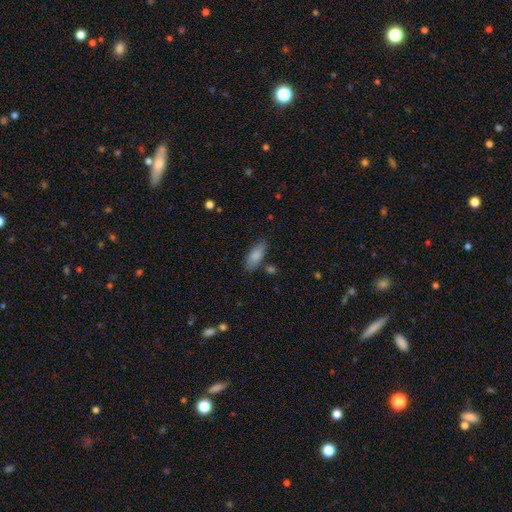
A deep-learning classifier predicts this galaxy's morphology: Smooth or featured: smooth — 85% (featured or disk — 9%)
How rounded: in between — 82% (cigar-shaped — 16%)
Merging: none — 75% (minor disturbance — 16%)